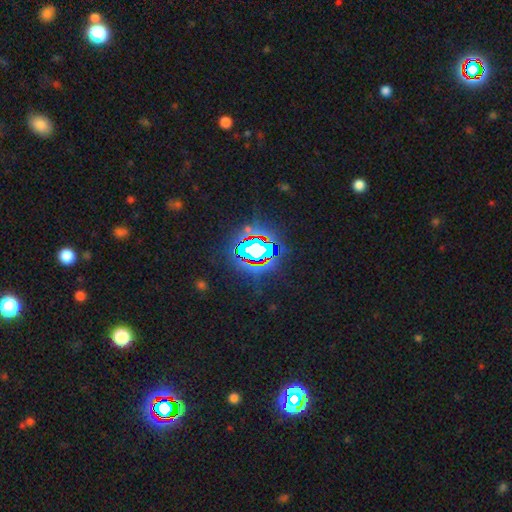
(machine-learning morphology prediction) smooth-or-featured: star or artifact: 84% | smooth: 10% | featured or disk: 7%